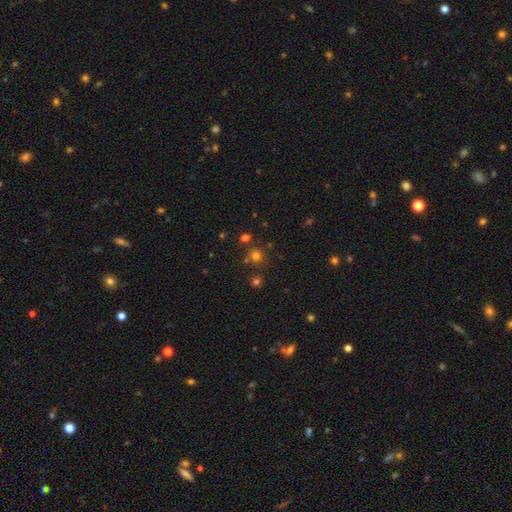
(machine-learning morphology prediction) smooth-or-featured: smooth: 68% | star or artifact: 25% | featured or disk: 7%
  how-rounded: round: 91% | in between: 8% | cigar-shaped: 1%
  merging: none: 76% | merger: 13% | minor disturbance: 8% | major disturbance: 3%